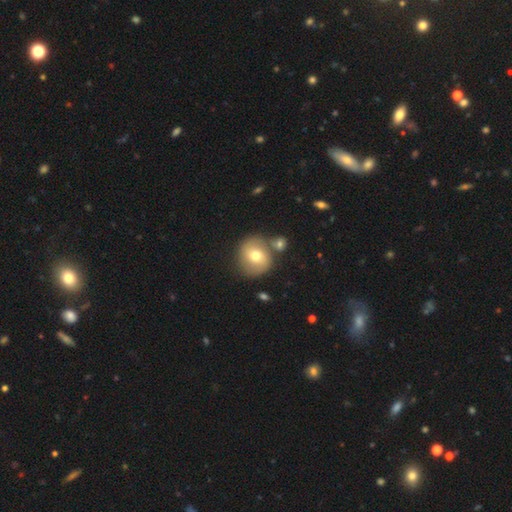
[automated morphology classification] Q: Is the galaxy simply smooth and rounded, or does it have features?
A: smooth — 58%.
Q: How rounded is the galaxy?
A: round — 86%.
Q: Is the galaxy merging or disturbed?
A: none — 68%.